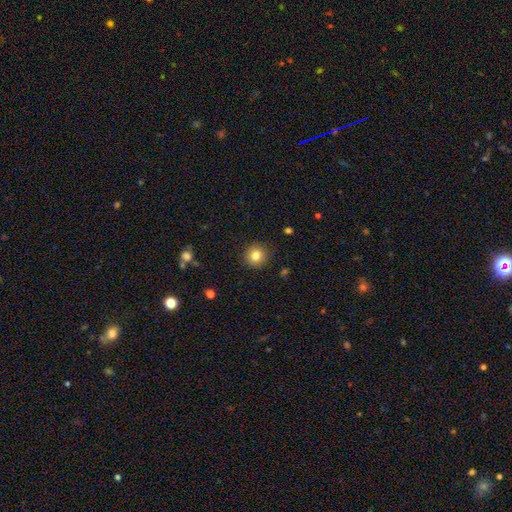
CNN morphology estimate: A smooth galaxy with no disk features (82%) that is round (93%). Merging: none (90%).